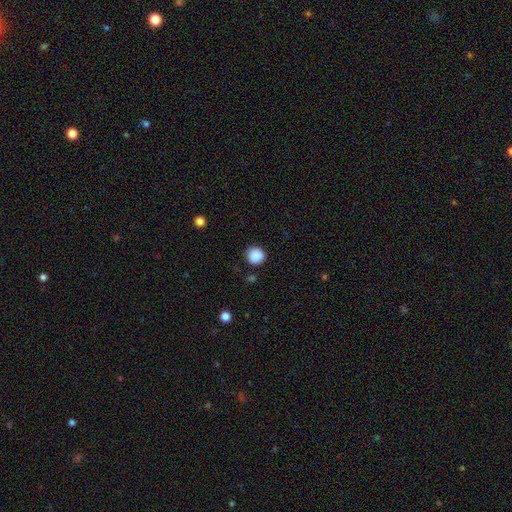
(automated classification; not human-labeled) smooth-or-featured: smooth: 88% | star or artifact: 9% | featured or disk: 3%
  how-rounded: round: 93% | in between: 6% | cigar-shaped: 1%
  merging: none: 87% | minor disturbance: 9% | major disturbance: 3% | merger: 2%